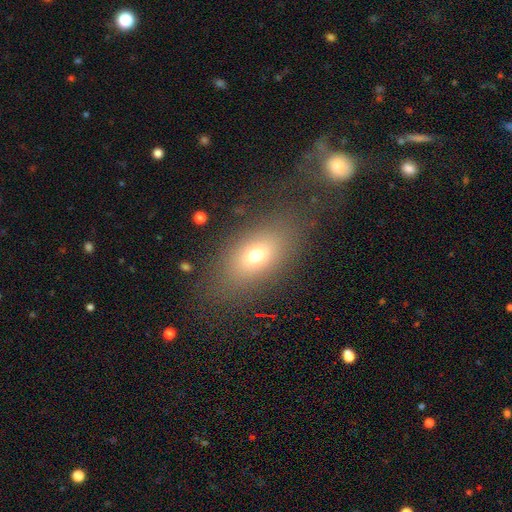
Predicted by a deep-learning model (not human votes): Morphology: type=smooth (68%); roundness=in between (78%); merging=none (74%).